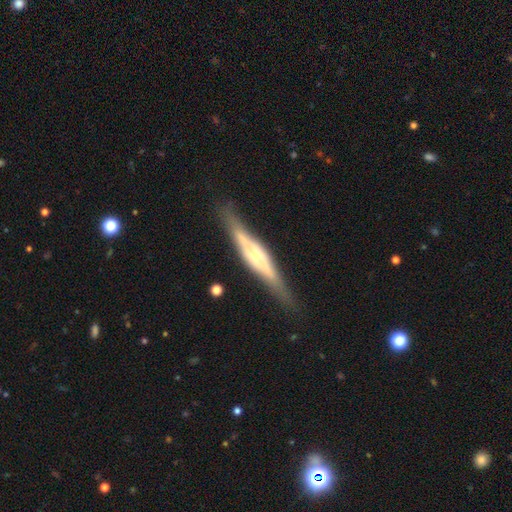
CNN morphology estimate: Smooth or featured: featured or disk — 74% (smooth — 20%)
Edge-on disk: yes — 95% (no — 5%)
Edge-on bulge: rounded — 49% (boxy — 41%)
Merging: none — 82% (minor disturbance — 13%)